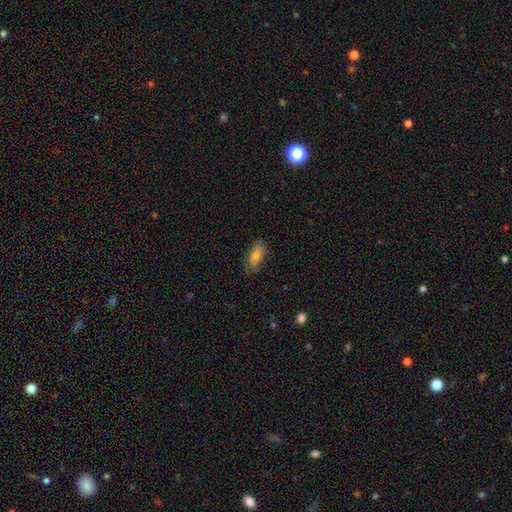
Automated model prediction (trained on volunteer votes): Q: Smooth or featured?
A: smooth (72%); runner-up: featured or disk (20%)
Q: How rounded?
A: in between (80%); runner-up: cigar-shaped (16%)
Q: Merging?
A: none (79%); runner-up: minor disturbance (16%)